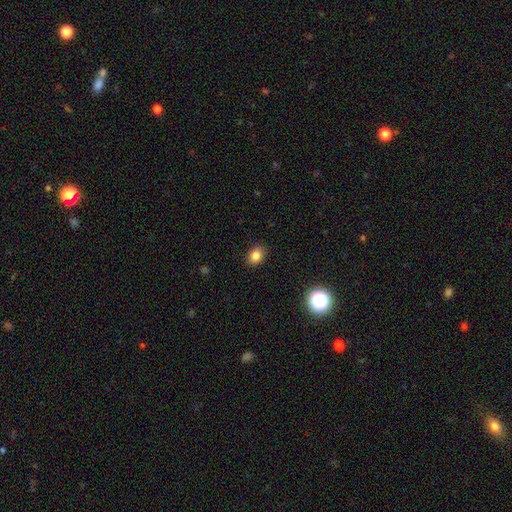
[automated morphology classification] A smooth galaxy with no disk features (83%) that is in between round and cigar-shaped (65%).

Vote fractions:
- Smooth or featured? smooth: 83% / star or artifact: 11% / featured or disk: 6%
- How rounded? in between: 65% / round: 34% / cigar-shaped: 1%
- Merging? none: 88% / minor disturbance: 9% / major disturbance: 2% / merger: 1%